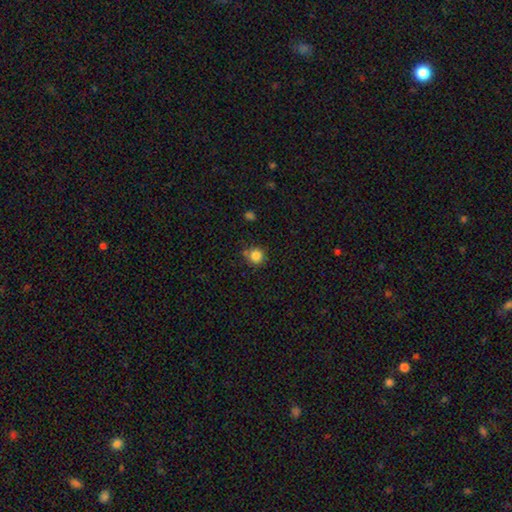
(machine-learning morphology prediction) Smooth or featured?
  - smooth: 84% *
  - star or artifact: 12%
  - featured or disk: 4%
How rounded?
  - round: 93% *
  - in between: 6%
  - cigar-shaped: 1%
Merging?
  - none: 78% *
  - minor disturbance: 14%
  - merger: 5%
  - major disturbance: 3%